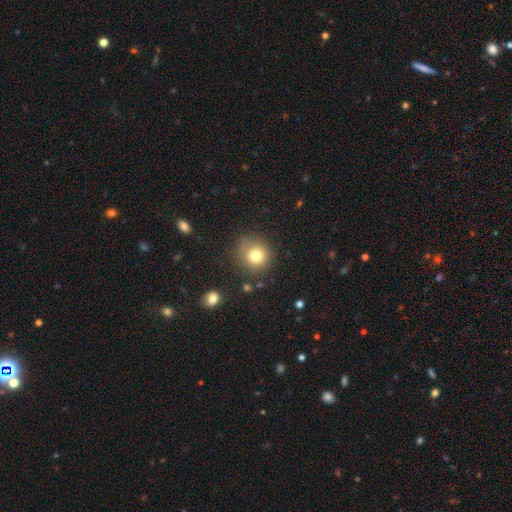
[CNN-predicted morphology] The model was most divided on "smooth or featured": smooth: 78%, star or artifact: 12%, featured or disk: 9%. More confident: how rounded — round (91%); merging — none (79%).